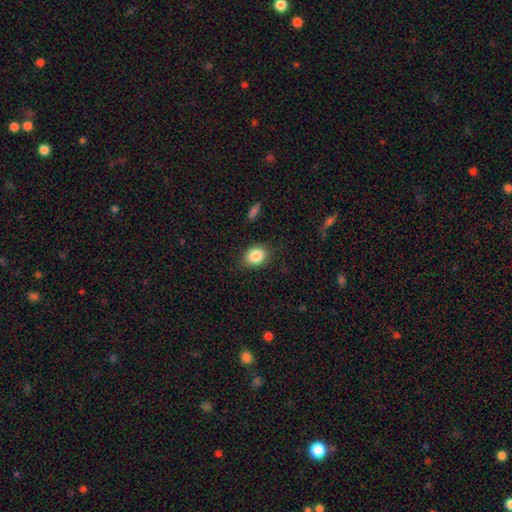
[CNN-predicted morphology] Smooth or featured?
  - smooth: 85% *
  - star or artifact: 9%
  - featured or disk: 6%
How rounded?
  - in between: 54% *
  - round: 45%
  - cigar-shaped: 1%
Merging?
  - none: 84% *
  - minor disturbance: 12%
  - major disturbance: 3%
  - merger: 1%